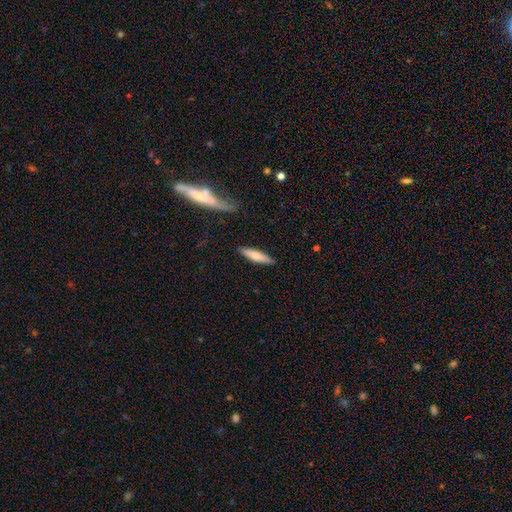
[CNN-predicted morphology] Overall: smooth (71%). How rounded: cigar-shaped (78%). Merging: none (88%).